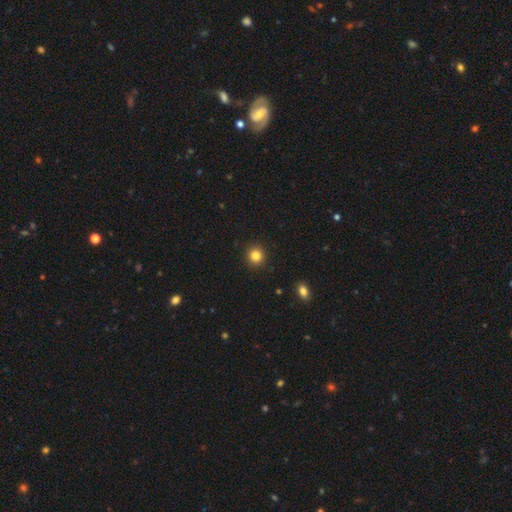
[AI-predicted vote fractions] Q: Smooth or featured?
A: smooth (84%); runner-up: star or artifact (11%)
Q: How rounded?
A: round (91%); runner-up: in between (8%)
Q: Merging?
A: none (92%); runner-up: minor disturbance (5%)